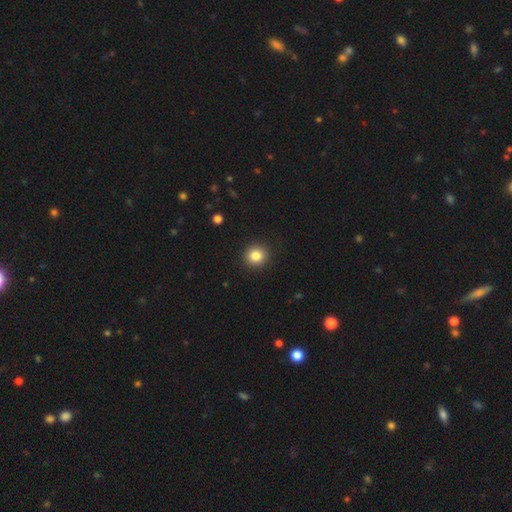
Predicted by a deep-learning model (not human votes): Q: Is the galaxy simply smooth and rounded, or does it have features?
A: smooth — 84%.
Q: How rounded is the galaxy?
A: round — 91%.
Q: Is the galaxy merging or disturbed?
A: none — 91%.